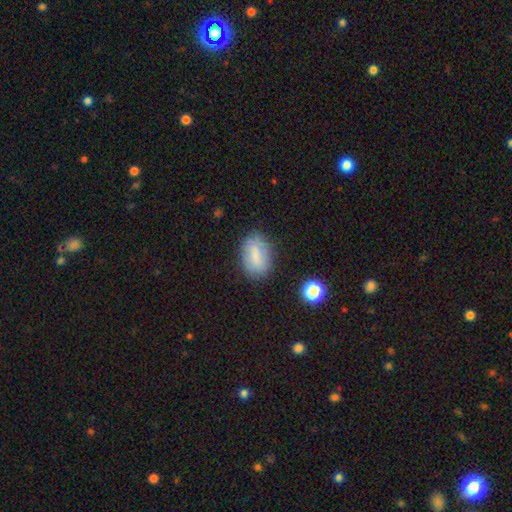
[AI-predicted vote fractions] smooth_or_featured: smooth (p=0.76) [alt: featured or disk p=0.15]
how_rounded: in between (p=0.87) [alt: round p=0.11]
merging: none (p=0.77) [alt: minor disturbance p=0.17]